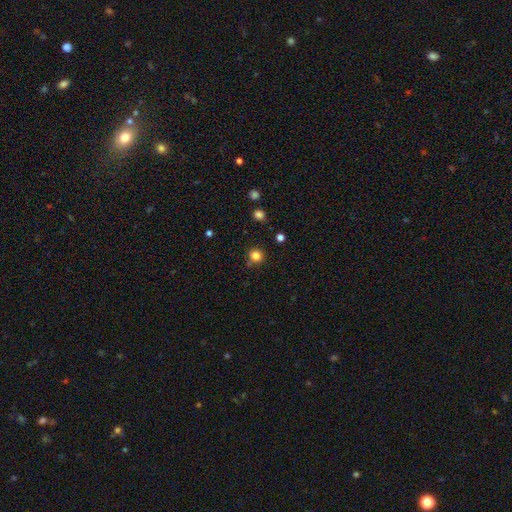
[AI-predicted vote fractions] Smooth or featured: smooth — 82% (star or artifact — 13%)
How rounded: round — 92% (in between — 7%)
Merging: none — 79% (minor disturbance — 13%)